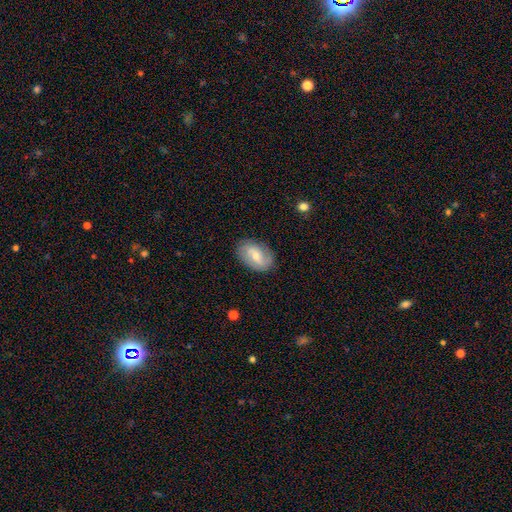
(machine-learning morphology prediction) This appears to be a featured or disk galaxy (50%). Merging: none (81%).